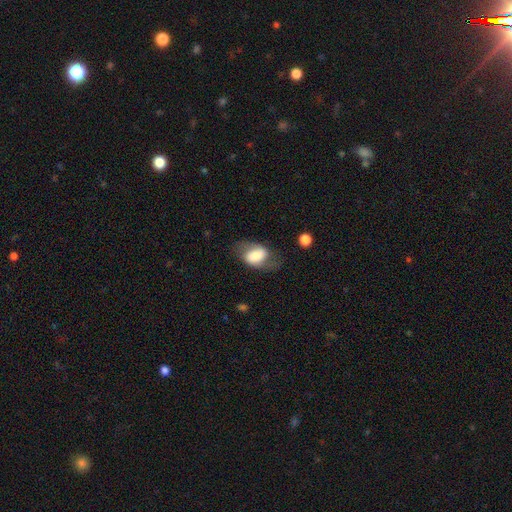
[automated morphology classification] The model was most divided on "smooth or featured": smooth: 53%, featured or disk: 39%, star or artifact: 8%. More confident: how rounded — in between (84%); merging — none (61%).